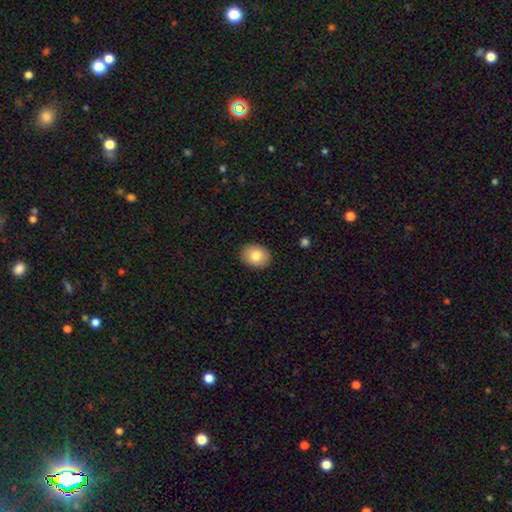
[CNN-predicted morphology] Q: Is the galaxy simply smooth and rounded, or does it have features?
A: smooth — 82%.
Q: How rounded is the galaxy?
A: in between — 59%.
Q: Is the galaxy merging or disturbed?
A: none — 90%.